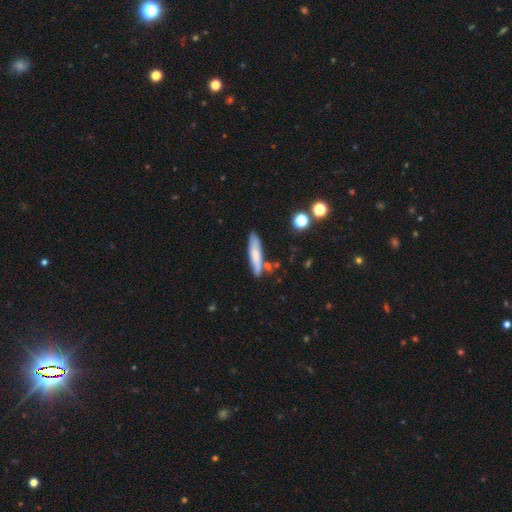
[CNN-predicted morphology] type=smooth (67%); roundness=cigar-shaped (82%); merging=none (71%).